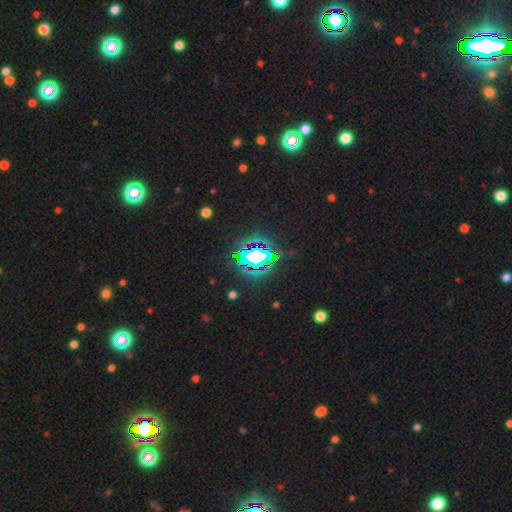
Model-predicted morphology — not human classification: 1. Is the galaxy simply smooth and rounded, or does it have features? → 70% star or artifact, 17% smooth, 13% featured or disk.